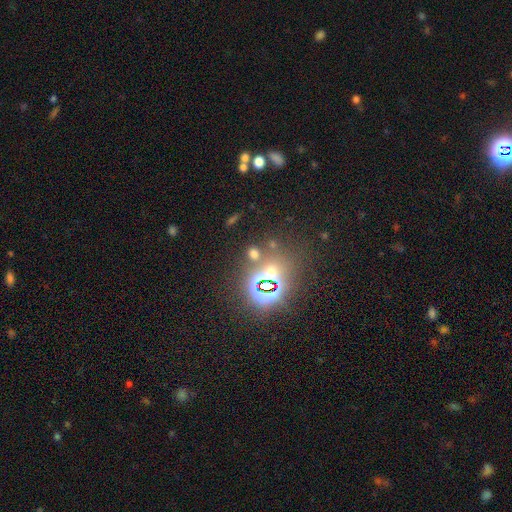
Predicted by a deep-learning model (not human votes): smooth_or_featured: star or artifact (p=0.70) [alt: smooth p=0.20]